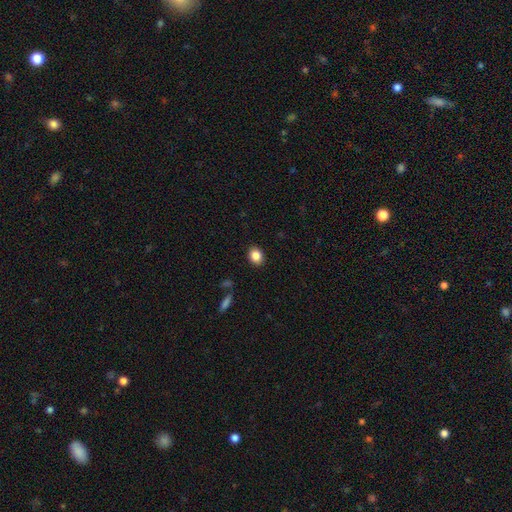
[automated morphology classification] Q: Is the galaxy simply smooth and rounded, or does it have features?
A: smooth — 86%.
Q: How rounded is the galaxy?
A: in between — 50%.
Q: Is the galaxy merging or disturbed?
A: none — 89%.